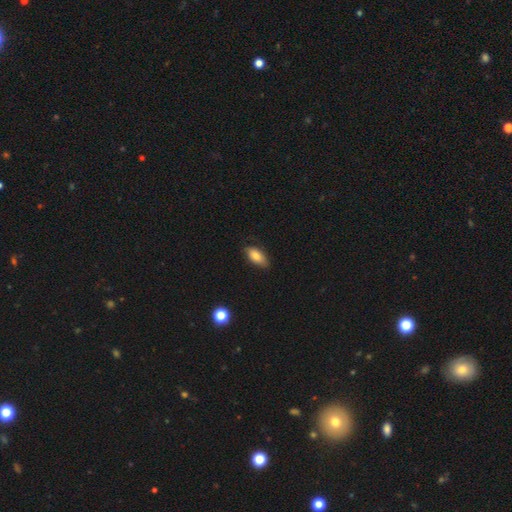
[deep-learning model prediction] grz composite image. It shows a smooth galaxy with no disk features (77%) that is in between round and cigar-shaped (89%). Merging: none (77%).